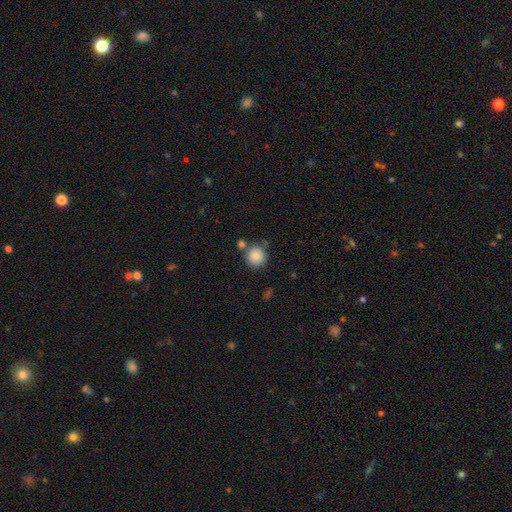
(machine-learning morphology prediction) smooth_or_featured: smooth (p=0.87) [alt: star or artifact p=0.09]
how_rounded: round (p=0.90) [alt: in between p=0.09]
merging: none (p=0.70) [alt: merger p=0.15]